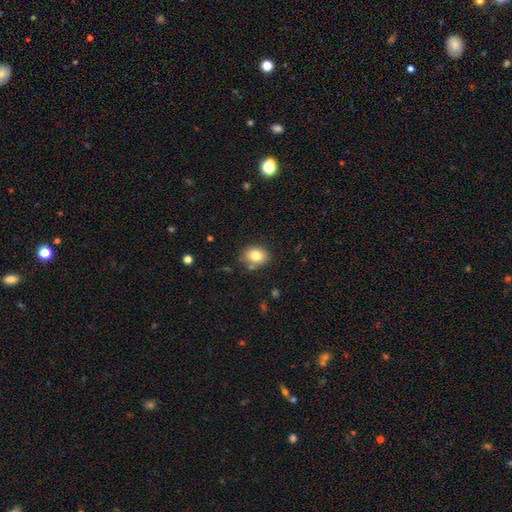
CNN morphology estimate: The model was most divided on "how rounded": in between: 53%, round: 46%, cigar-shaped: 1%. More confident: smooth or featured — smooth (81%); merging — none (79%).